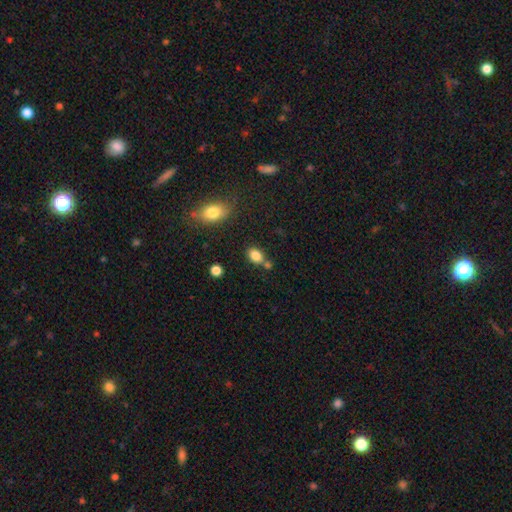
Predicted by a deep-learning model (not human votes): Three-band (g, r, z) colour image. It shows a smooth galaxy with no disk features (84%) that is in between round and cigar-shaped (78%). Merging: none (61%).